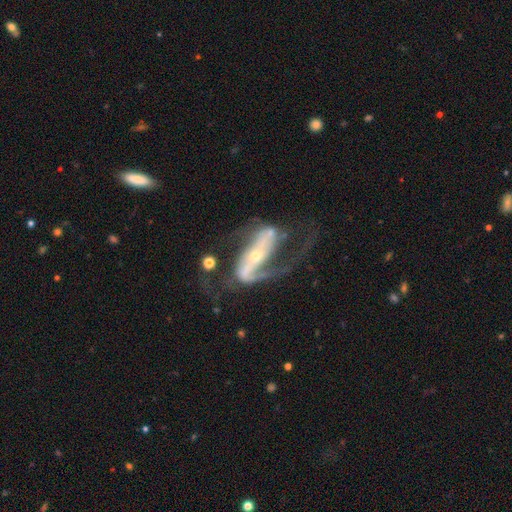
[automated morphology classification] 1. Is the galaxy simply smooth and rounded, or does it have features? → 87% featured or disk, 7% smooth, 6% star or artifact.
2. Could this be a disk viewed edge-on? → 93% no, 7% yes.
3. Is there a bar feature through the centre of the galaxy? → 57% strong, 22% no, 21% weak.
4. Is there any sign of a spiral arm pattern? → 92% yes, 8% no.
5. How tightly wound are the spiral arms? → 45% loose, 41% medium, 14% tight.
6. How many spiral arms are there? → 81% 2, 10% 1, 5% can't tell, 2% 3, 1% 4, 1% more than 4.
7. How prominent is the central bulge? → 67% small, 28% moderate, 3% large, 2% none, 1% dominant.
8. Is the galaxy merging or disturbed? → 46% none, 32% major disturbance, 16% minor disturbance, 6% merger.